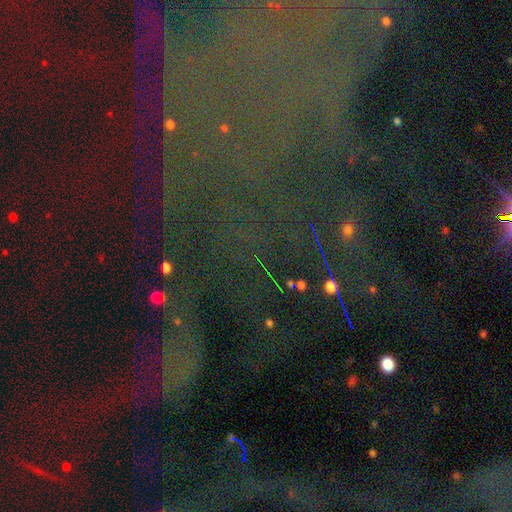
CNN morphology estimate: smooth-or-featured: star or artifact: 78% | featured or disk: 12% | smooth: 10%